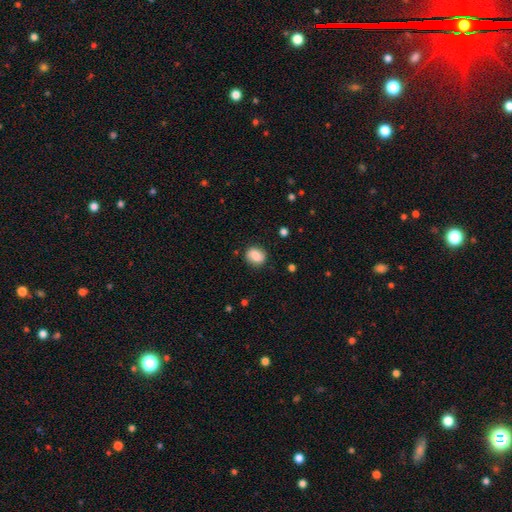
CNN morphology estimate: smooth_or_featured: smooth (p=0.79) [alt: featured or disk p=0.12]
how_rounded: round (p=0.62) [alt: in between p=0.37]
merging: none (p=0.83) [alt: minor disturbance p=0.13]